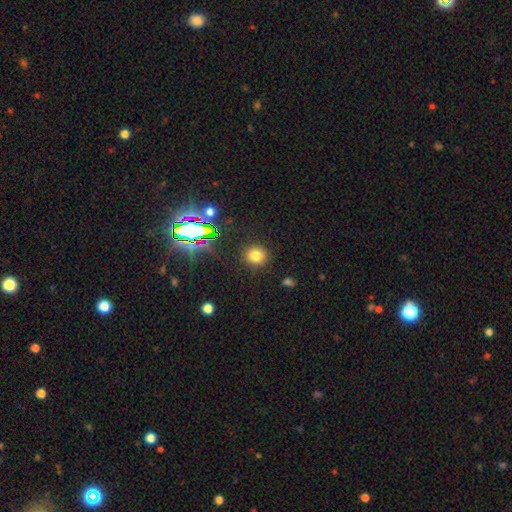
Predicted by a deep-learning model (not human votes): smooth-or-featured: smooth: 74% | star or artifact: 19% | featured or disk: 7%
  how-rounded: round: 86% | in between: 12% | cigar-shaped: 1%
  merging: none: 89% | minor disturbance: 7% | major disturbance: 3% | merger: 2%